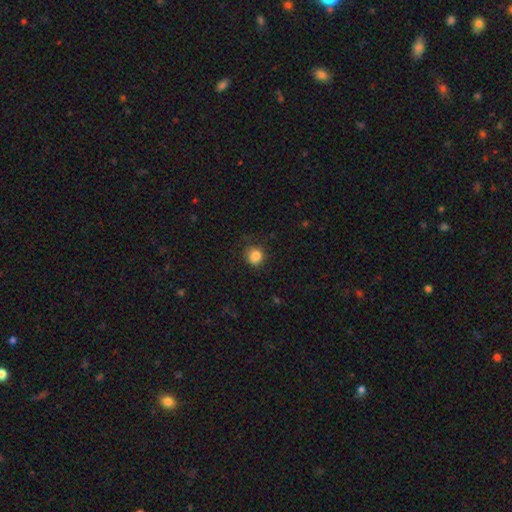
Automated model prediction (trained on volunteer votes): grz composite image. It shows a smooth galaxy with no disk features (84%) that is round (82%). Merging: none (72%).